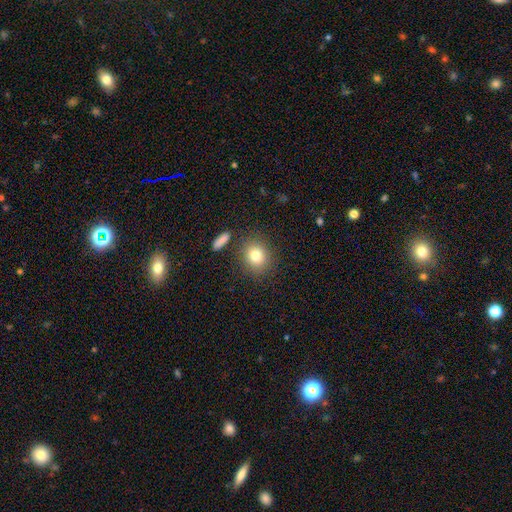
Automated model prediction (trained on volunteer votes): Overall: smooth (81%). How rounded: round (78%). Merging: none (83%).